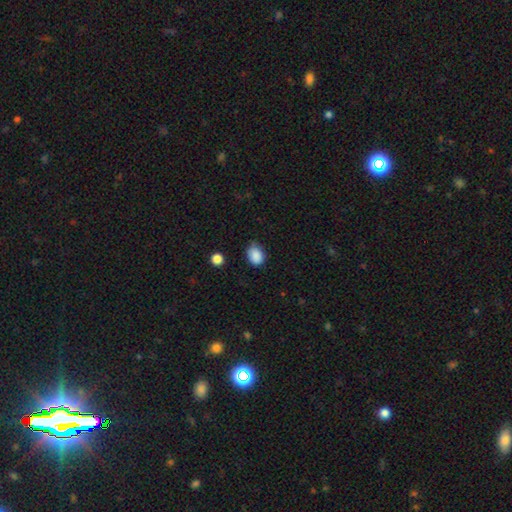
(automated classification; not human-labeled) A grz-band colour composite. It shows a smooth galaxy with no disk features (87%) that is in between round and cigar-shaped (63%). Merging: none (62%).